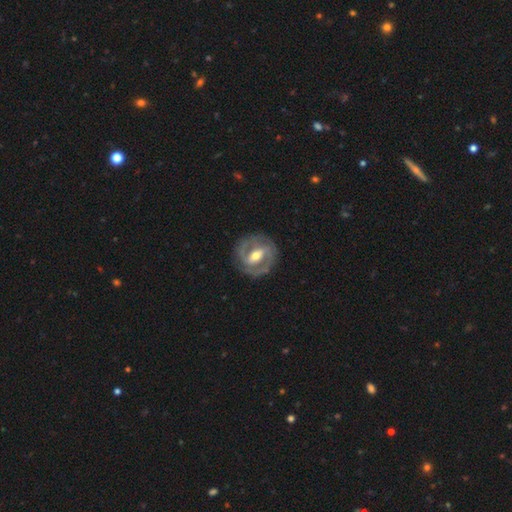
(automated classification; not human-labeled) Smooth or featured?
  - featured or disk: 84% *
  - smooth: 12%
  - star or artifact: 4%
Edge-on disk?
  - no: 96% *
  - yes: 4%
Bar?
  - strong: 49% *
  - weak: 37%
  - no: 14%
Spiral arms?
  - yes: 87% *
  - no: 13%
Spiral winding?
  - tight: 52% *
  - medium: 39%
  - loose: 9%
Spiral arm count?
  - 2: 84% *
  - can't tell: 7%
  - 3: 4%
  - 1: 3%
  - 4: 1%
  - more than 4: 1%
Bulge size?
  - moderate: 70% *
  - small: 21%
  - large: 7%
  - none: 1%
  - dominant: 1%
Merging?
  - none: 83% *
  - minor disturbance: 11%
  - major disturbance: 4%
  - merger: 1%